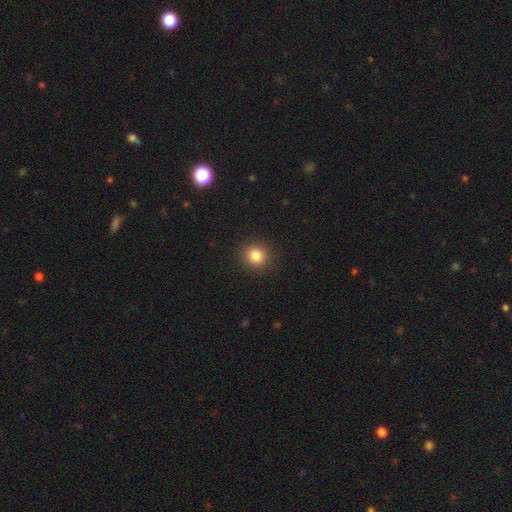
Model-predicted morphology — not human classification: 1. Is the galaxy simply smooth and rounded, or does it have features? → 84% smooth, 11% star or artifact, 5% featured or disk.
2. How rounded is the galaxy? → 87% round, 12% in between, 1% cigar-shaped.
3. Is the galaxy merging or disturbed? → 90% none, 6% minor disturbance, 2% major disturbance, 1% merger.